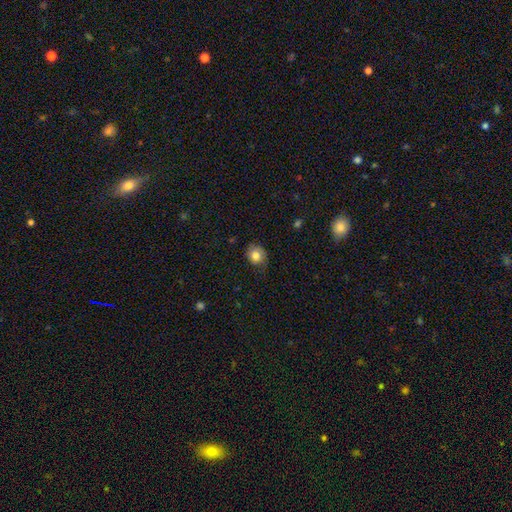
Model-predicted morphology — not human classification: A smooth galaxy with no disk features (78%) that is round (73%).

Vote fractions:
- Smooth or featured? smooth: 78% / featured or disk: 13% / star or artifact: 9%
- How rounded? round: 73% / in between: 26% / cigar-shaped: 1%
- Merging? none: 68% / minor disturbance: 25% / major disturbance: 6% / merger: 1%